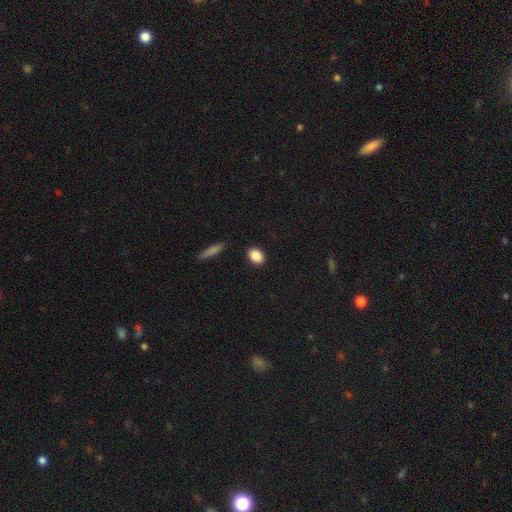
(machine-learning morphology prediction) A smooth galaxy with no disk features (88%) that is in between round and cigar-shaped (74%).

Vote fractions:
- Smooth or featured? smooth: 88% / star or artifact: 8% / featured or disk: 5%
- How rounded? in between: 74% / round: 24% / cigar-shaped: 2%
- Merging? none: 89% / minor disturbance: 7% / major disturbance: 2% / merger: 2%